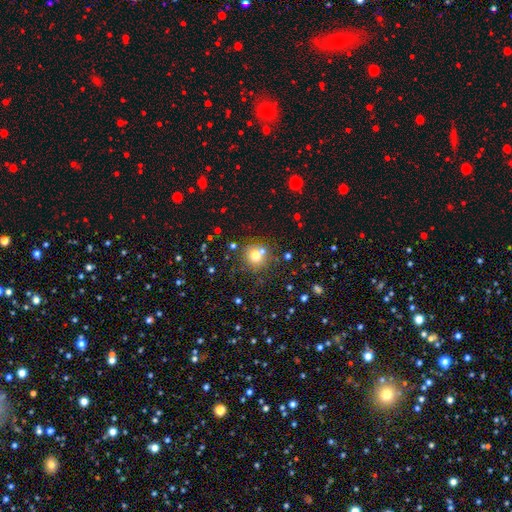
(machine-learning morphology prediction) smooth_or_featured: smooth (p=0.70) [alt: star or artifact p=0.17]
how_rounded: round (p=0.90) [alt: in between p=0.09]
merging: none (p=0.69) [alt: merger p=0.17]